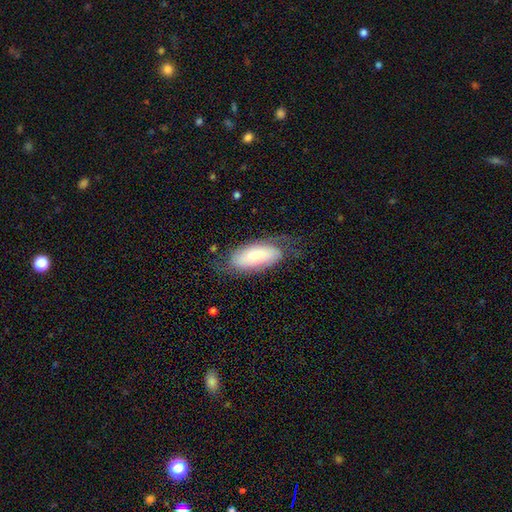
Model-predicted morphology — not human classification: Smooth or featured? Predicted: smooth (p=0.47, tied with featured or disk). Merging? Predicted: none (p=0.59).